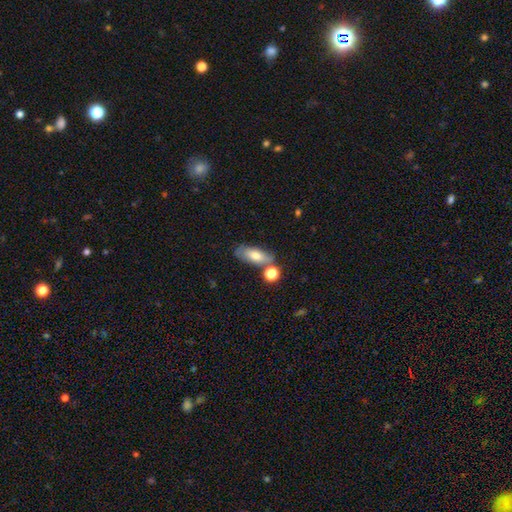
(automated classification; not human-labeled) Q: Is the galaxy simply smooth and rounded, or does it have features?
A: smooth — 68%.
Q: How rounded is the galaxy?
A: in between — 75%.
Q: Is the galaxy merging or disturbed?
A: none — 60%.